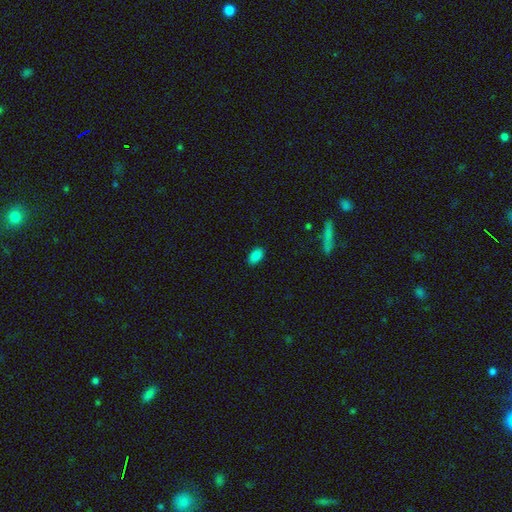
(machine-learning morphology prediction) Smooth or featured: smooth — 86% (star or artifact — 10%)
How rounded: in between — 91% (round — 7%)
Merging: none — 87% (minor disturbance — 9%)